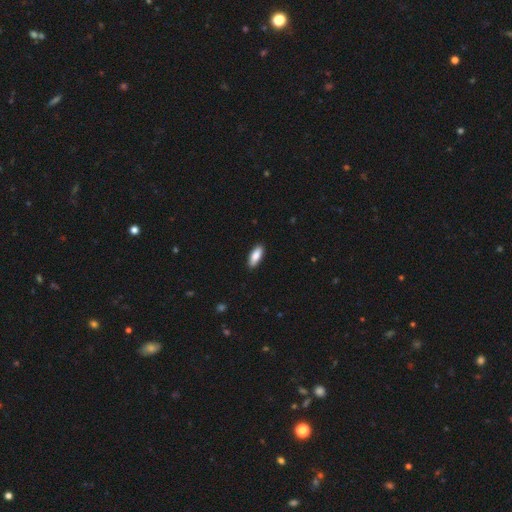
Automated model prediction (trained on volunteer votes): smooth 86%, featured or disk 8%, star or artifact 6%. Down the decision tree: how rounded — in between (71%); merging — none (89%).